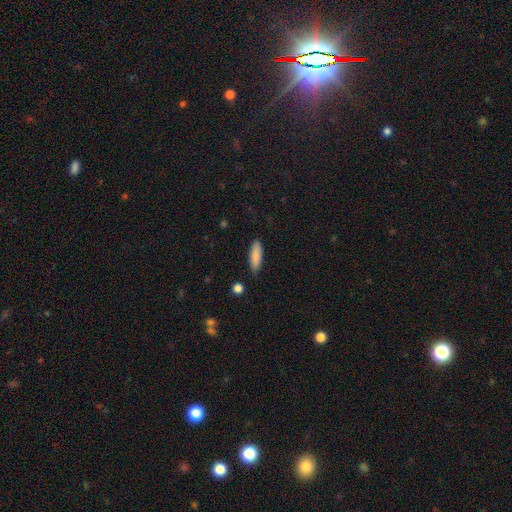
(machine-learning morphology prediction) A smooth galaxy with no disk features (87%) that is cigar-shaped (54%).

Vote fractions:
- Smooth or featured? smooth: 87% / featured or disk: 7% / star or artifact: 6%
- How rounded? cigar-shaped: 54% / in between: 44% / round: 2%
- Merging? none: 85% / minor disturbance: 12% / major disturbance: 2% / merger: 2%